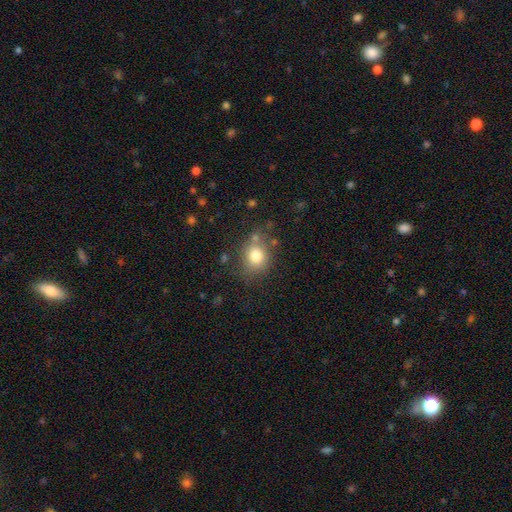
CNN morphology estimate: Smooth or featured: smooth — 79% (star or artifact — 12%)
How rounded: round — 68% (in between — 31%)
Merging: none — 71% (minor disturbance — 16%)